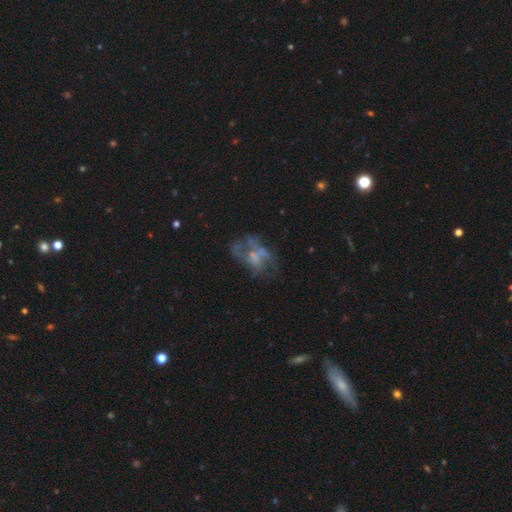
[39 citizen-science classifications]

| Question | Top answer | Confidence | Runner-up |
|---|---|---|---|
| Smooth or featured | featured or disk | 77% | smooth (18%) |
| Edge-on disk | no | 100% | — |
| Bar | no | 93% | weak (7%) |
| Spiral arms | no | 67% | yes (33%) |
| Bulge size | none | 60% | small (33%) |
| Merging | major disturbance | 57% | none (24%) |